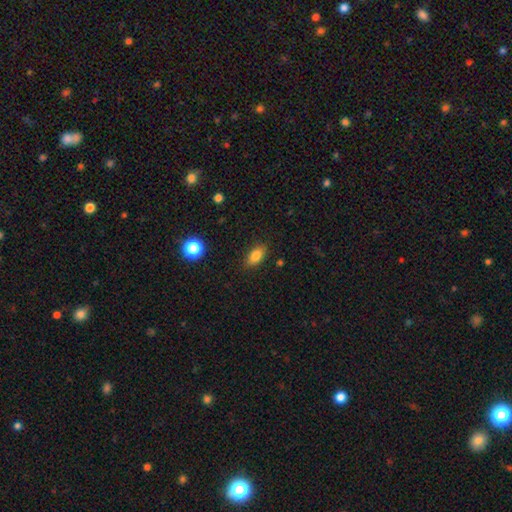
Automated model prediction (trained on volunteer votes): Morphology: type=smooth (83%); roundness=in between (86%); merging=none (85%).